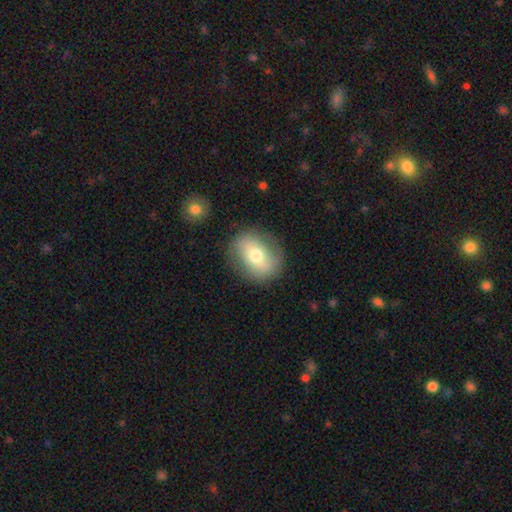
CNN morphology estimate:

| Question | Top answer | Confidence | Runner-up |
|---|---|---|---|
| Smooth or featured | smooth | 59% | featured or disk (34%) |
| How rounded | in between | 52% | round (47%) |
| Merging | none | 82% | minor disturbance (12%) |